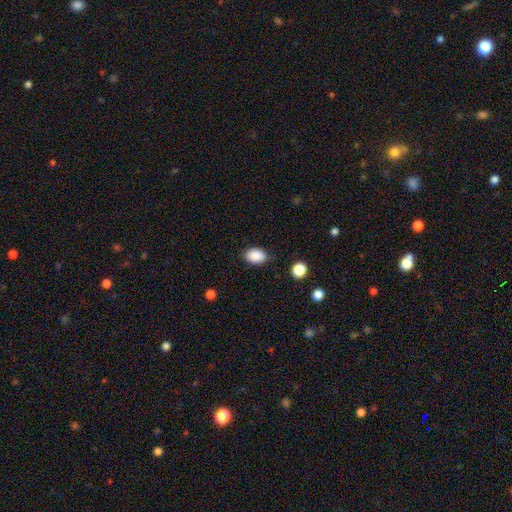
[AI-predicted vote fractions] This appears to be a smooth galaxy with no disk features (89%) that is in between round and cigar-shaped (80%). Merging: none (82%).